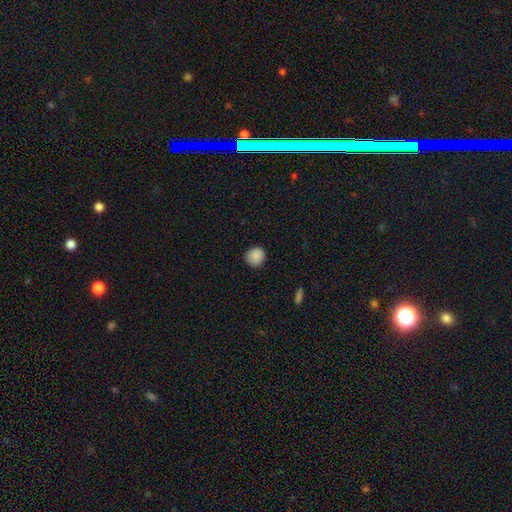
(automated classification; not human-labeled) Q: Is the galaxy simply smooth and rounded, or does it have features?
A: smooth — 89%.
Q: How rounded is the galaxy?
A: round — 91%.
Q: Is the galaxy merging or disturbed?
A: none — 89%.